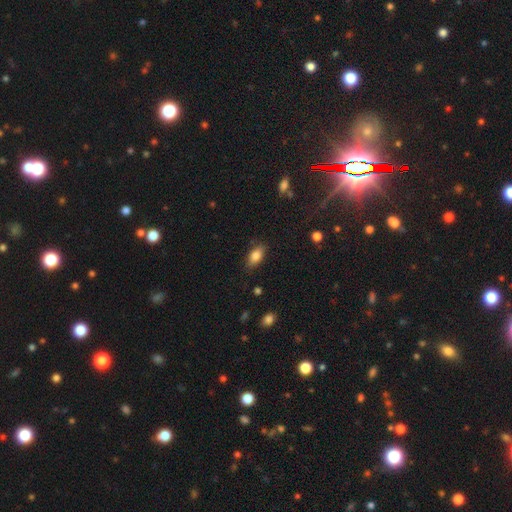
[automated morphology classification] A smooth galaxy with no disk features (83%) that is in between round and cigar-shaped (88%).

Vote fractions:
- Smooth or featured? smooth: 83% / featured or disk: 10% / star or artifact: 8%
- How rounded? in between: 88% / cigar-shaped: 7% / round: 5%
- Merging? none: 83% / minor disturbance: 13% / major disturbance: 3% / merger: 1%